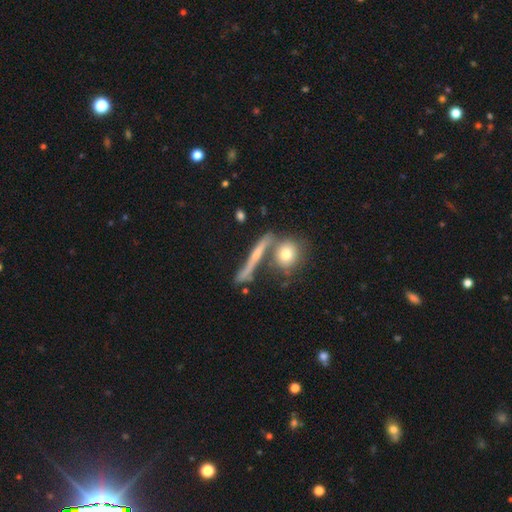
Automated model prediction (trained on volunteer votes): This appears to be a featured or disk galaxy (52%) viewed edge-on (82%). Merging: none (61%).